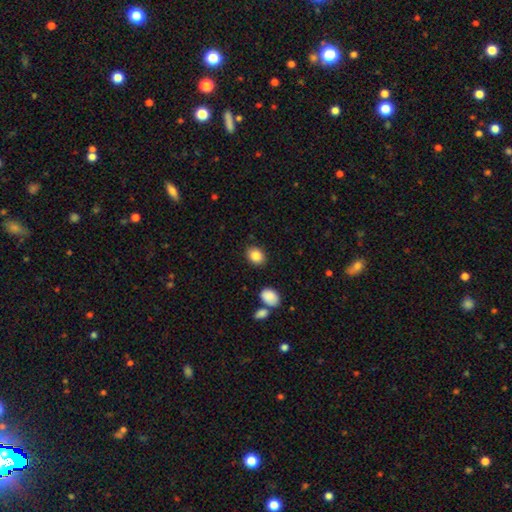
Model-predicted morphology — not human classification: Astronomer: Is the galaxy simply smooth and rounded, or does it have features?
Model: smooth — 86%.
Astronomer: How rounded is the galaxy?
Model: in between — 59% (runner-up: round, 40%).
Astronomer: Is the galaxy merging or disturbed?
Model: none — 86%.